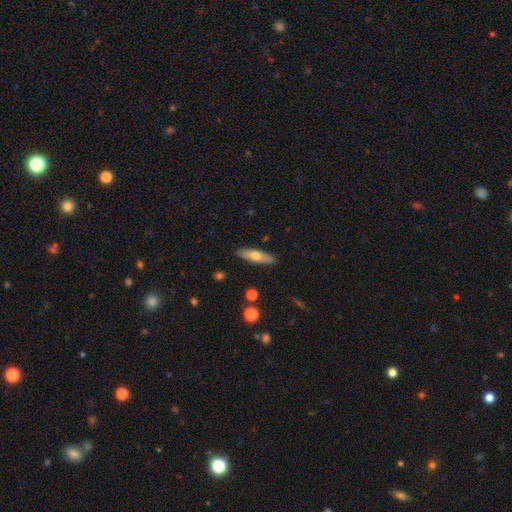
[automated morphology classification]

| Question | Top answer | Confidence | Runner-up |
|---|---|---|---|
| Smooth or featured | smooth | 57% | featured or disk (37%) |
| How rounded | cigar-shaped | 60% | in between (37%) |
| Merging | none | 88% | minor disturbance (9%) |